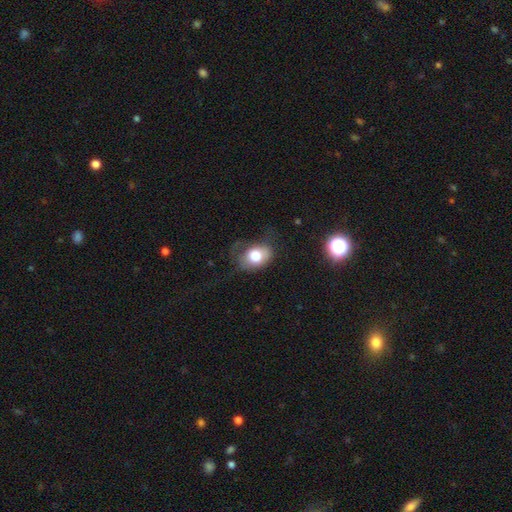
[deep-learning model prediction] Smooth or featured? Predicted: smooth (p=0.74). How rounded? Predicted: in between (p=0.62). Merging? Predicted: none (p=0.48).